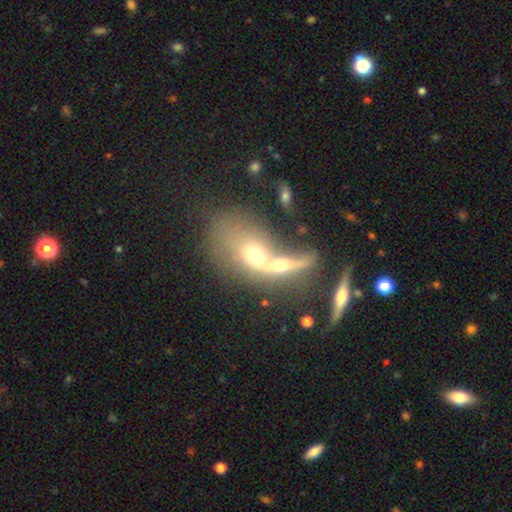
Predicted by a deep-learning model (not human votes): This is possibly a smooth galaxy (48%). Merging: likely merger (68%).